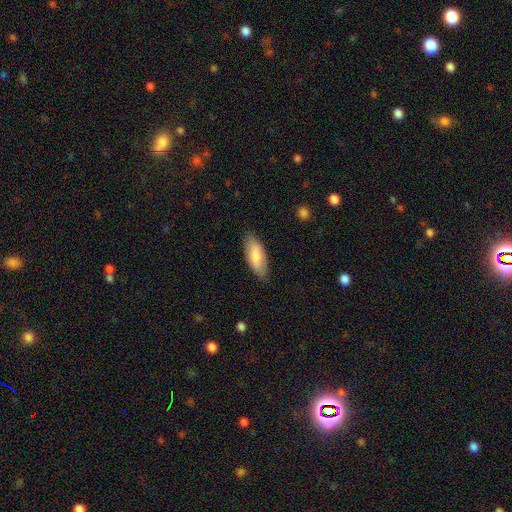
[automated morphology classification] Smooth or featured? smooth (77%)
How rounded? in between (77%)
Merging? none (82%)